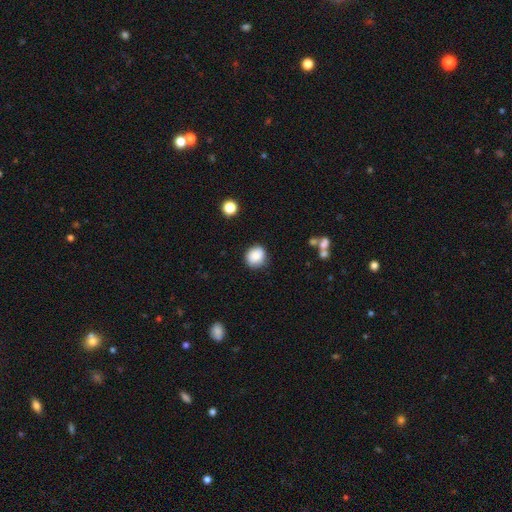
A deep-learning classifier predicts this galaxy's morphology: This appears to be a smooth galaxy with no disk features (88%) that is round (78%). Merging: none (83%).